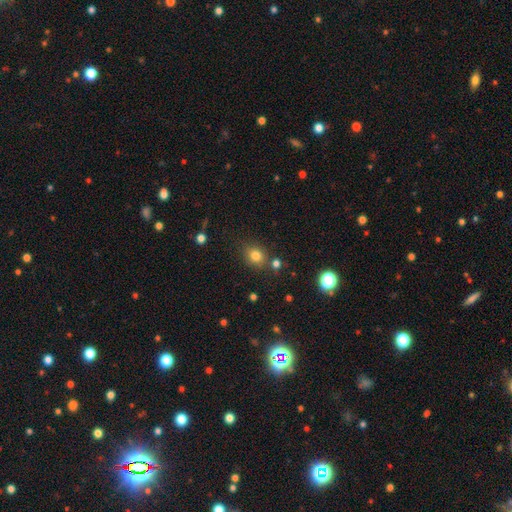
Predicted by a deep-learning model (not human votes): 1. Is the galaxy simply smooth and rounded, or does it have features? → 79% smooth, 14% star or artifact, 7% featured or disk.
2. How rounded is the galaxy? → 74% round, 25% in between, 1% cigar-shaped.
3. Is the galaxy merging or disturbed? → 77% none, 11% minor disturbance, 8% merger, 4% major disturbance.